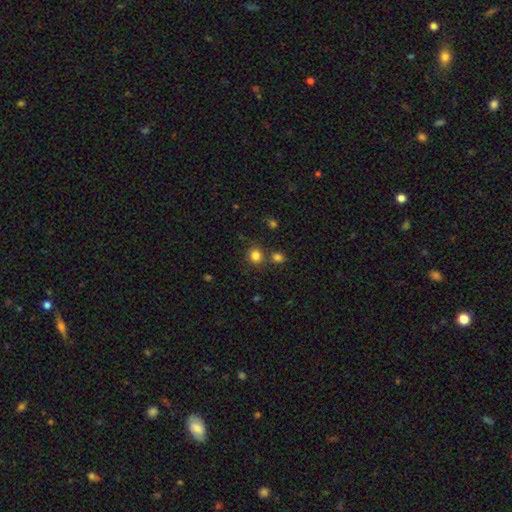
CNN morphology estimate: type=smooth (82%); roundness=round (84%); merging=none (76%).